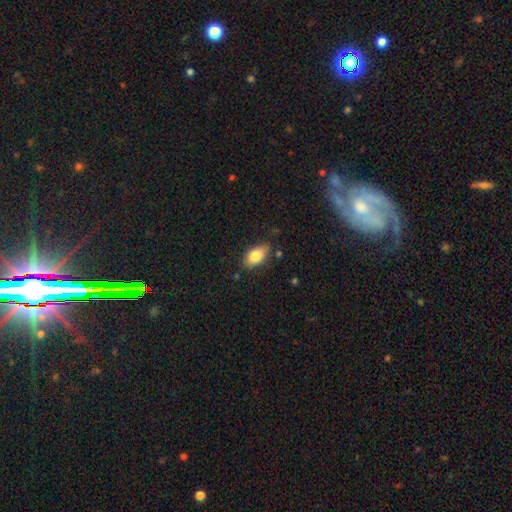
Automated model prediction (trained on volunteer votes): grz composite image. It shows a smooth galaxy with no disk features (82%) that is in between round and cigar-shaped (91%). Merging: none (80%).